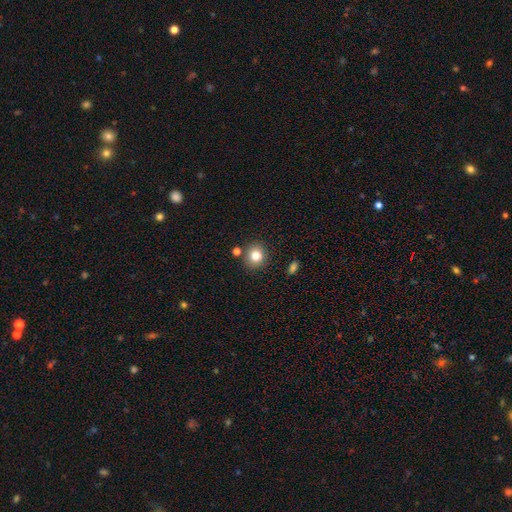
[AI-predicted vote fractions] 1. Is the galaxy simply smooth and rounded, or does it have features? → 82% smooth, 11% star or artifact, 7% featured or disk.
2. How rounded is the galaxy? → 82% round, 18% in between, 1% cigar-shaped.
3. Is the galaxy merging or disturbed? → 81% none, 9% minor disturbance, 7% merger, 3% major disturbance.